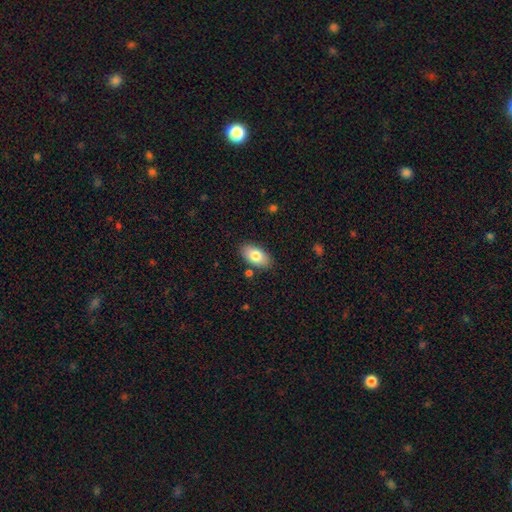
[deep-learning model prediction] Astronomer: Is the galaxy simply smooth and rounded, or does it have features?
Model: smooth — 81%.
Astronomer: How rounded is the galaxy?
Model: in between — 94%.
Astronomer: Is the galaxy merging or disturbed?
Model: none — 85%.